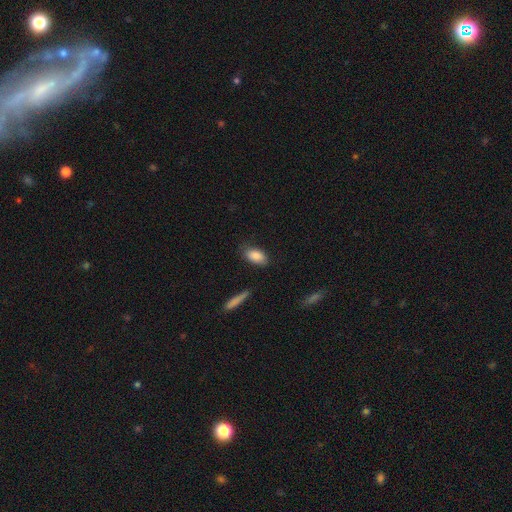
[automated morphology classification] Overall: smooth (87%). How rounded: in between (90%). Merging: none (79%).